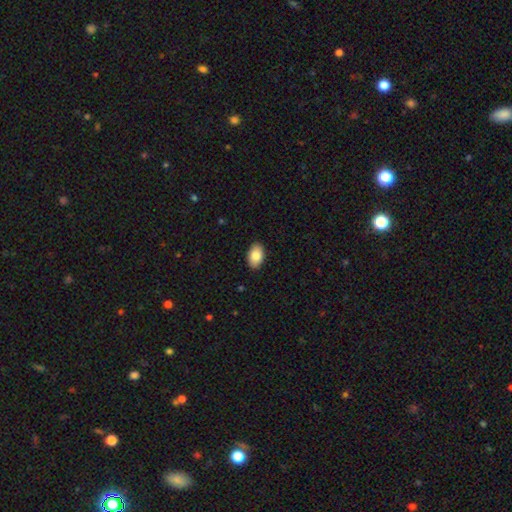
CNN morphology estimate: smooth-or-featured: smooth: 85% | featured or disk: 9% | star or artifact: 7%
  how-rounded: in between: 92% | round: 7% | cigar-shaped: 1%
  merging: none: 90% | minor disturbance: 7% | major disturbance: 2% | merger: 1%